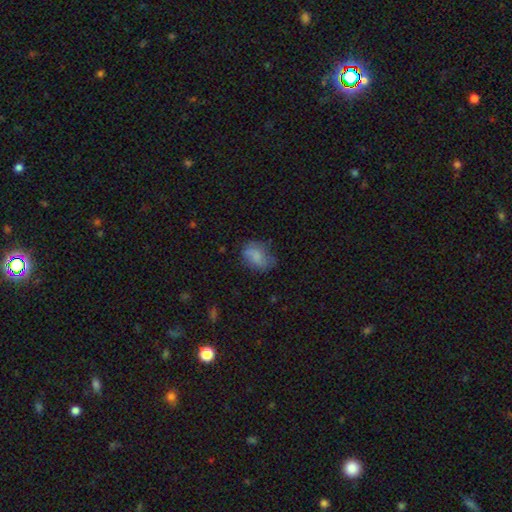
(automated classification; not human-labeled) The model was most divided on "merging": none: 55%, minor disturbance: 29%, major disturbance: 13%, merger: 3%. More confident: smooth or featured — smooth (74%); how rounded — in between (72%).